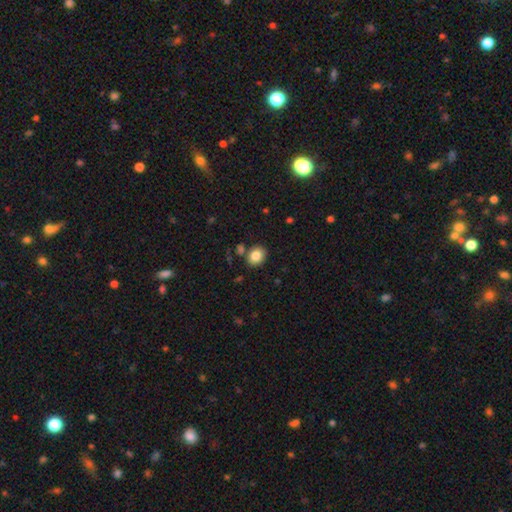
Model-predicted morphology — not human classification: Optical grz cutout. It shows a smooth galaxy with no disk features (84%) that is round (57%). Merging: none (80%).